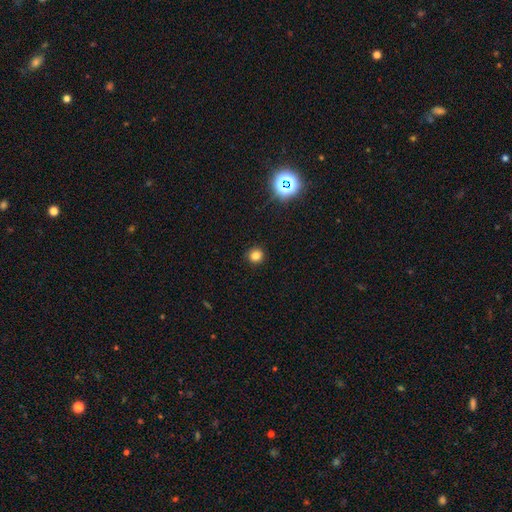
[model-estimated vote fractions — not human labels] smooth_or_featured: smooth (p=0.80) [alt: star or artifact p=0.16]
how_rounded: round (p=0.94) [alt: in between p=0.05]
merging: none (p=0.92) [alt: minor disturbance p=0.05]